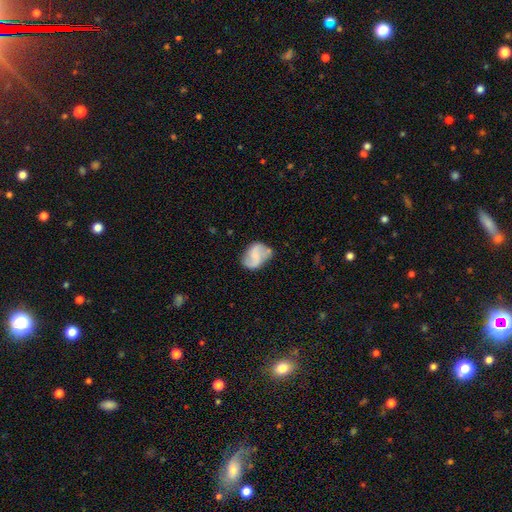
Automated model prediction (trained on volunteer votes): Q: Smooth or featured?
A: featured or disk (63%); runner-up: smooth (30%)
Q: Edge-on disk?
A: no (98%); runner-up: yes (2%)
Q: Bar?
A: weak (43%); runner-up: no (42%)
Q: Spiral arms?
A: yes (88%); runner-up: no (12%)
Q: Spiral winding?
A: loose (52%); runner-up: medium (36%)
Q: Spiral arm count?
A: 2 (87%); runner-up: can't tell (6%)
Q: Bulge size?
A: none (45%); runner-up: small (33%)
Q: Merging?
A: none (59%); runner-up: minor disturbance (24%)